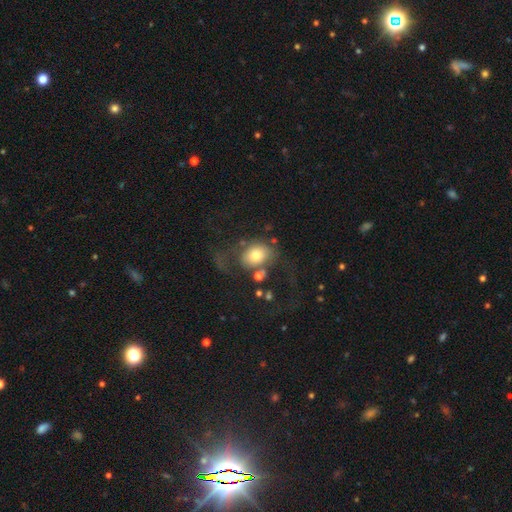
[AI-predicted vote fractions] The model was most divided on "how rounded": in between: 53%, round: 45%, cigar-shaped: 1%. Remaining: smooth or featured — smooth (69%); merging — none (41%).